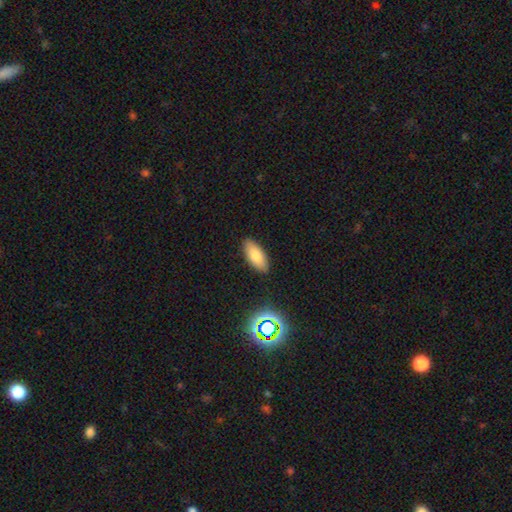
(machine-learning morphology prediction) A smooth galaxy with no disk features (80%) that is in between round and cigar-shaped (85%). Merging: none (87%).